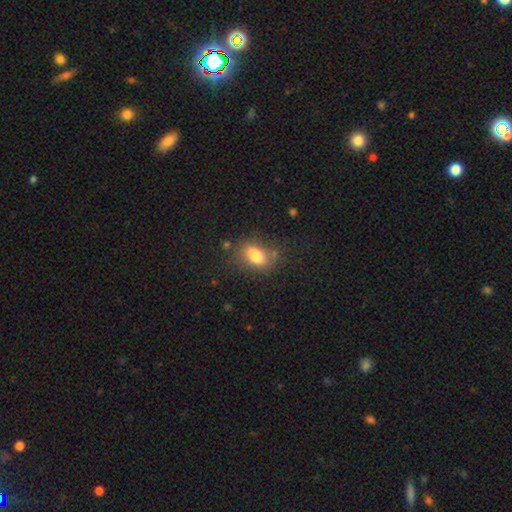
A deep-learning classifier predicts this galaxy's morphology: Overall: smooth (80%). How rounded: in between (83%). Merging: none (73%).